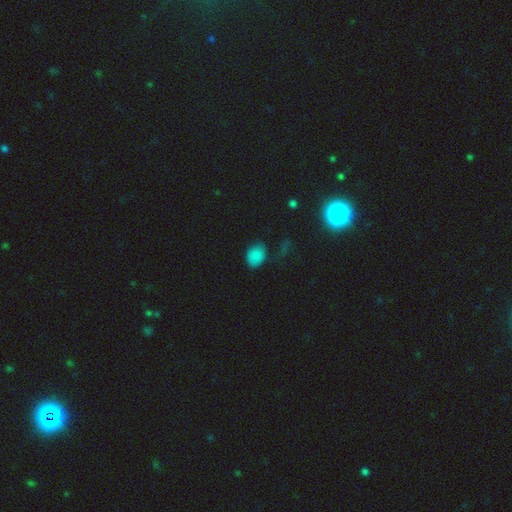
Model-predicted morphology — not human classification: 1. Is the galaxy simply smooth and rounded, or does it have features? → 78% smooth, 16% star or artifact, 6% featured or disk.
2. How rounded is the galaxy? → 65% in between, 34% round, 1% cigar-shaped.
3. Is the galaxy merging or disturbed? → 64% none, 24% minor disturbance, 7% major disturbance, 4% merger.